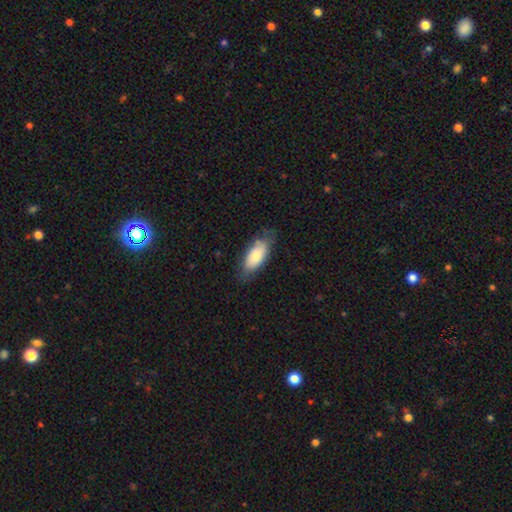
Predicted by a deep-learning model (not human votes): A smooth galaxy with no disk features (76%) that is in between round and cigar-shaped (87%).

Vote fractions:
- Smooth or featured? smooth: 76% / featured or disk: 18% / star or artifact: 6%
- How rounded? in between: 87% / cigar-shaped: 11% / round: 2%
- Merging? none: 66% / minor disturbance: 26% / major disturbance: 7% / merger: 2%